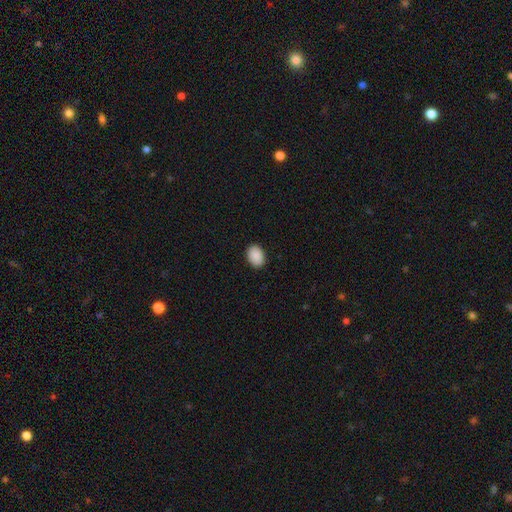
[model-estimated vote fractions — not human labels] Morphology: type=smooth (90%); roundness=in between (77%); merging=none (90%).